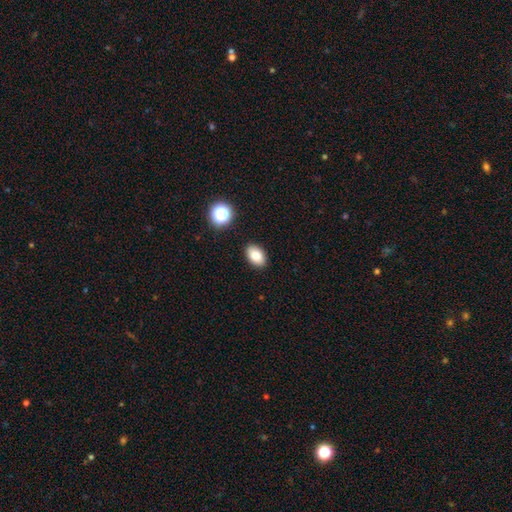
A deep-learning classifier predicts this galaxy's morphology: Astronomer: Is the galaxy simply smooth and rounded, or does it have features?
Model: smooth — 82%.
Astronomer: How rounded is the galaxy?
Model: in between — 87%.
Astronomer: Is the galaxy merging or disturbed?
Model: none — 89%.